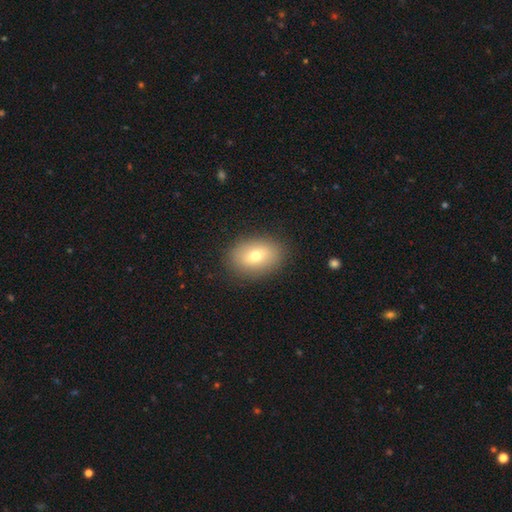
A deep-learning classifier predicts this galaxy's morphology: Smooth or featured?
  - smooth: 70% *
  - featured or disk: 19%
  - star or artifact: 10%
How rounded?
  - in between: 76% *
  - round: 22%
  - cigar-shaped: 1%
Merging?
  - none: 87% *
  - minor disturbance: 9%
  - major disturbance: 3%
  - merger: 1%